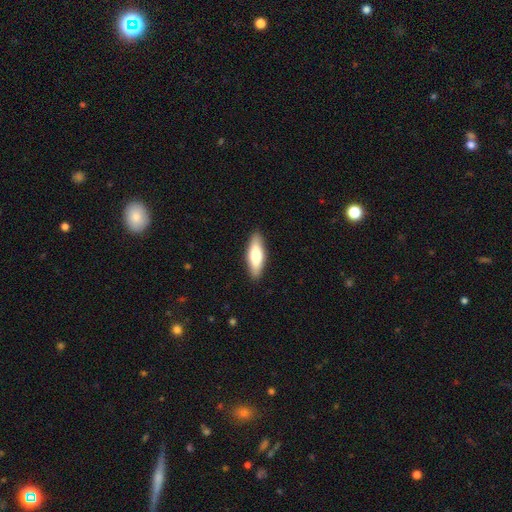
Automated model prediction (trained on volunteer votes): Overall: smooth (72%). How rounded: in between (51%; cigar-shaped 48%). Merging: none (89%).